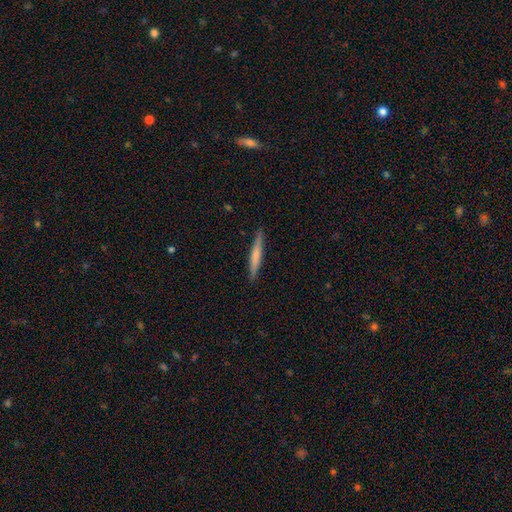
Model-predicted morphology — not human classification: This is possibly a smooth galaxy (59%). How rounded: clearly cigar-shaped (96%). Merging: clearly none (90%).